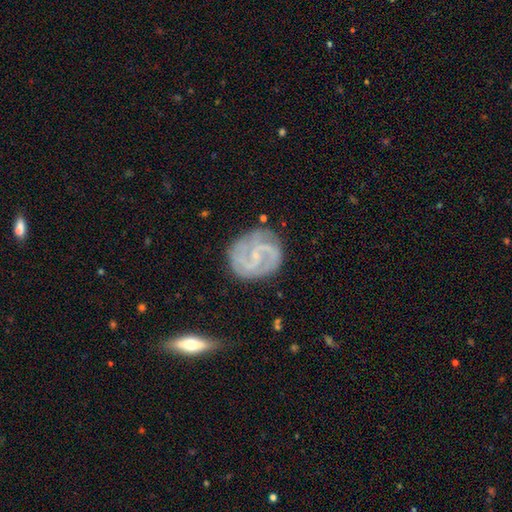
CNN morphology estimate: Q: Smooth or featured?
A: featured or disk (85%); runner-up: smooth (9%)
Q: Edge-on disk?
A: no (97%); runner-up: yes (3%)
Q: Bar?
A: weak (48%); runner-up: no (34%)
Q: Spiral arms?
A: yes (96%); runner-up: no (4%)
Q: Spiral winding?
A: tight (44%); runner-up: medium (43%)
Q: Spiral arm count?
A: 2 (56%); runner-up: 3 (18%)
Q: Bulge size?
A: small (73%); runner-up: none (13%)
Q: Merging?
A: none (77%); runner-up: minor disturbance (16%)